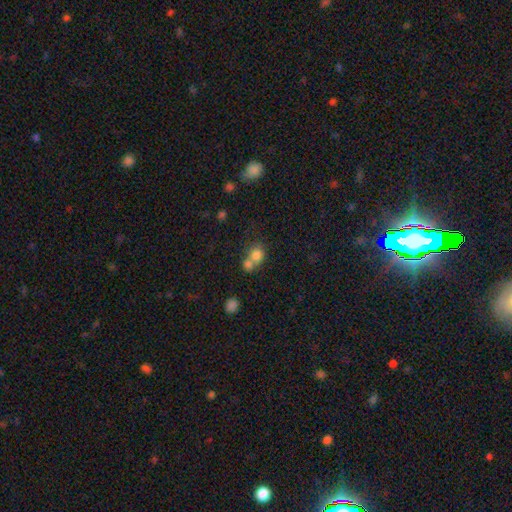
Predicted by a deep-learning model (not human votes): smooth_or_featured: smooth (p=0.78) [alt: featured or disk p=0.11]
how_rounded: round (p=0.71) [alt: in between p=0.27]
merging: merger (p=0.56) [alt: none p=0.33]